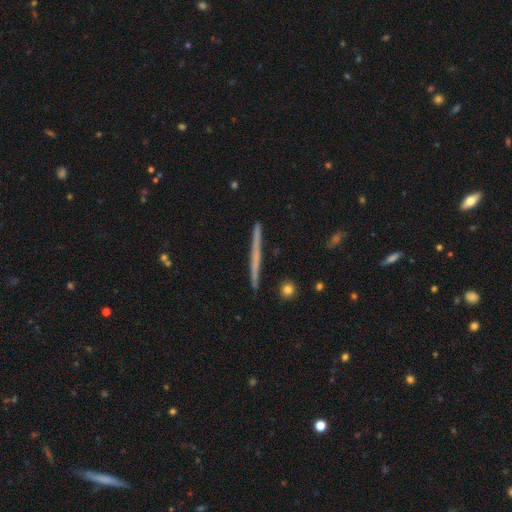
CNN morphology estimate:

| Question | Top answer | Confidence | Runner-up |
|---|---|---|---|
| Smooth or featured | featured or disk | 52% | smooth (40%) |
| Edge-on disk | yes | 97% | no (3%) |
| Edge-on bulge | none | 82% | rounded (14%) |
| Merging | none | 90% | minor disturbance (7%) |